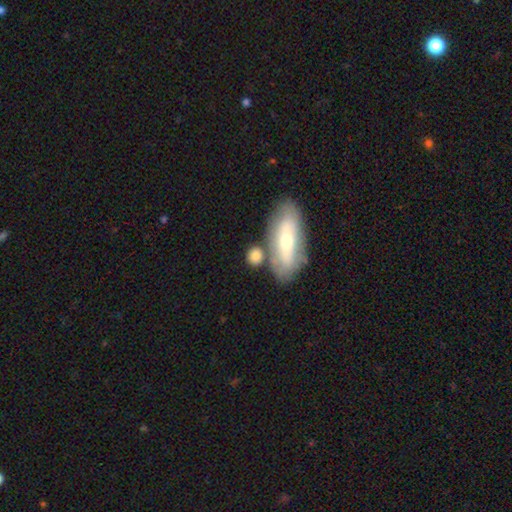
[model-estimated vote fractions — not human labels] Smooth or featured? Predicted: smooth (p=0.75). How rounded? Predicted: round (p=0.51). Merging? Predicted: none (p=0.63).